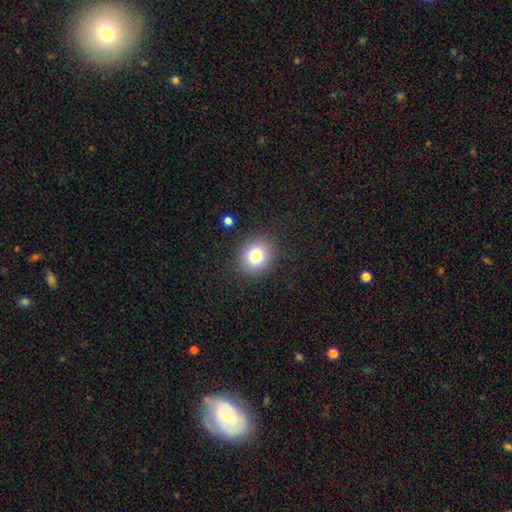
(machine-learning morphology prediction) Smooth or featured? smooth (79%)
How rounded? round (80%)
Merging? none (89%)